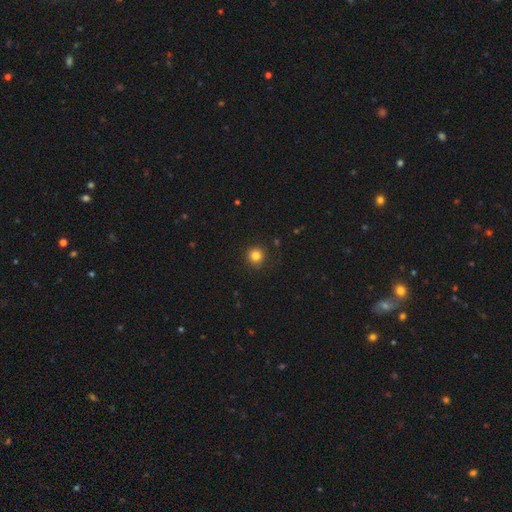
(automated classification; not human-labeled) Smooth or featured: smooth — 82% (star or artifact — 13%)
How rounded: round — 95% (in between — 4%)
Merging: none — 90% (minor disturbance — 6%)